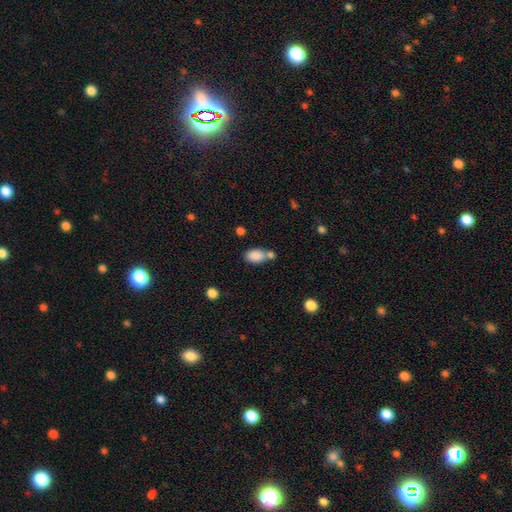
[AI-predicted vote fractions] Smooth or featured? Predicted: smooth (p=0.86). How rounded? Predicted: in between (p=0.90). Merging? Predicted: none (p=0.48).